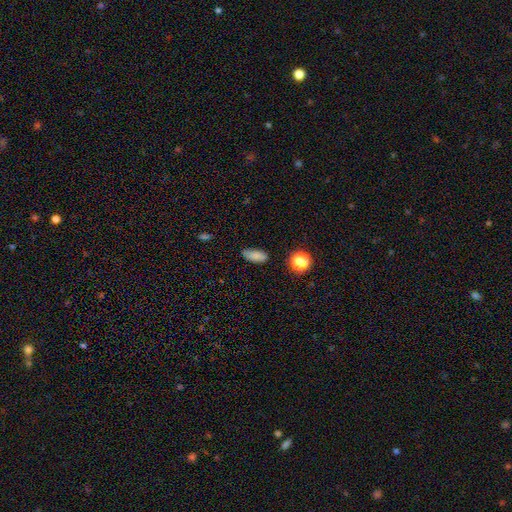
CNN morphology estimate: A smooth galaxy with no disk features (82%) that is in between round and cigar-shaped (81%). Merging: none (75%).